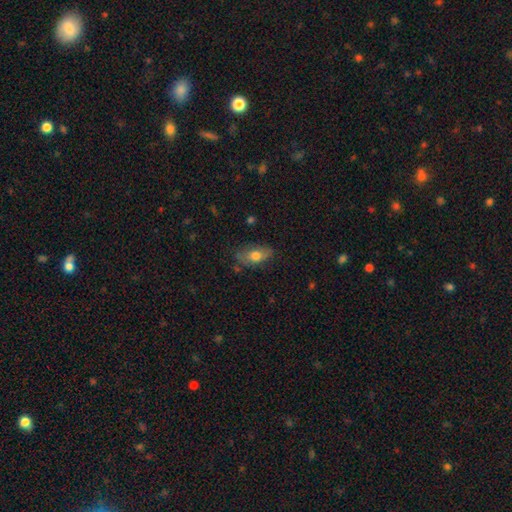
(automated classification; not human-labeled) Q: Smooth or featured?
A: smooth (71%); runner-up: featured or disk (21%)
Q: How rounded?
A: in between (86%); runner-up: cigar-shaped (7%)
Q: Merging?
A: none (70%); runner-up: minor disturbance (22%)